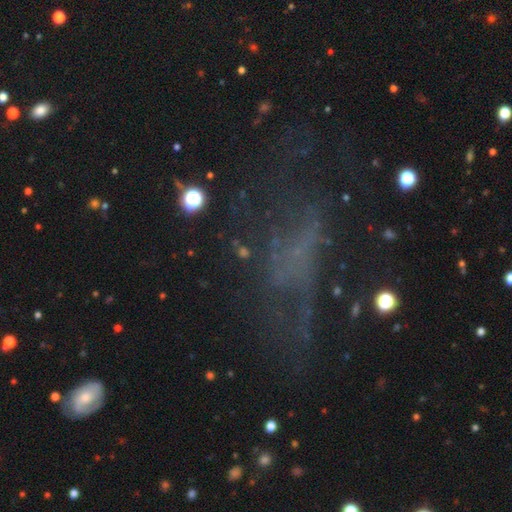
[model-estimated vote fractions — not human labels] Smooth or featured?
  - featured or disk: 39% *
  - star or artifact: 31%
  - smooth: 29%
Merging?
  - none: 44% *
  - major disturbance: 33%
  - minor disturbance: 19%
  - merger: 4%